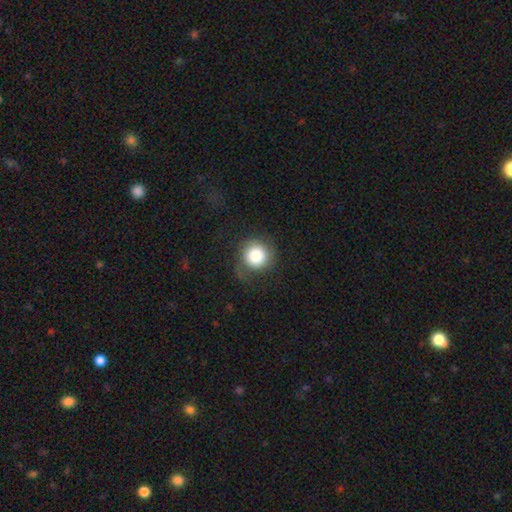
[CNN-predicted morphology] This appears to be a smooth galaxy with no disk features (80%) that is round (93%). Merging: none (67%).